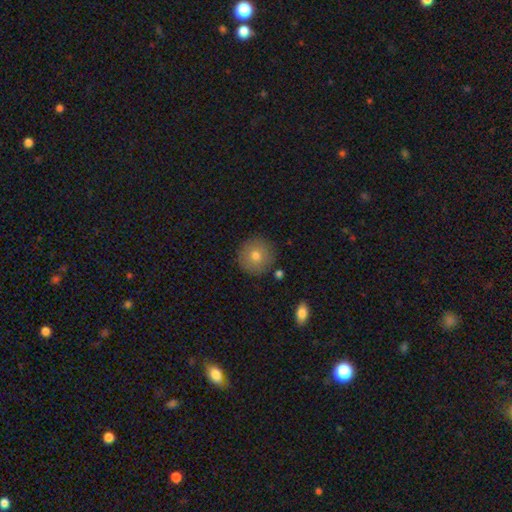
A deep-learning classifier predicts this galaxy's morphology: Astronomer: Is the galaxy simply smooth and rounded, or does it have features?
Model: smooth — 75%.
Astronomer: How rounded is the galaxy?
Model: round — 95%.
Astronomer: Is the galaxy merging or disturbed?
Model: none — 88%.